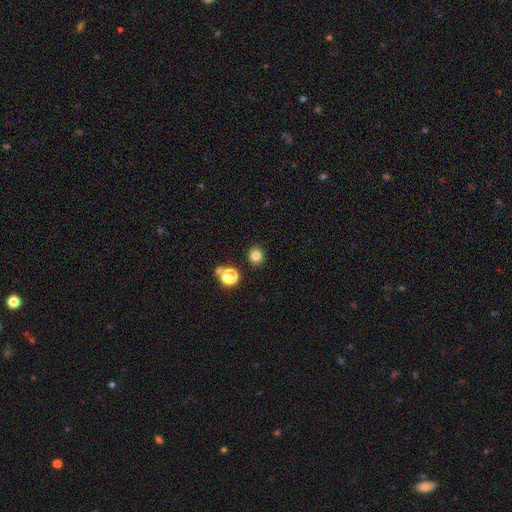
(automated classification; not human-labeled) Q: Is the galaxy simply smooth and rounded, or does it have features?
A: smooth — 82%.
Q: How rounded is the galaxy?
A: round — 83%.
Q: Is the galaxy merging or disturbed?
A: none — 88%.